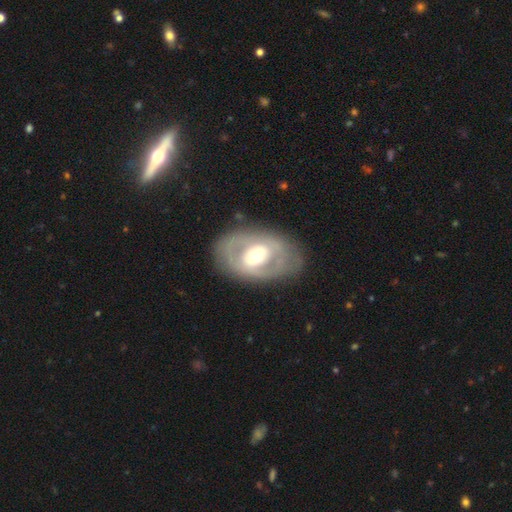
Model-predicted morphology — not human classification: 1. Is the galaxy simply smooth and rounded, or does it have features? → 64% featured or disk, 30% smooth, 6% star or artifact.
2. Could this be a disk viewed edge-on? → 92% no, 8% yes.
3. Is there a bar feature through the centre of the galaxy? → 39% no, 33% weak, 27% strong.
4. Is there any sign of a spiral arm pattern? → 67% no, 33% yes.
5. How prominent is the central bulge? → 63% moderate, 25% large, 9% small, 2% dominant, 1% none.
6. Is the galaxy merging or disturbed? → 77% none, 14% minor disturbance, 8% major disturbance, 1% merger.